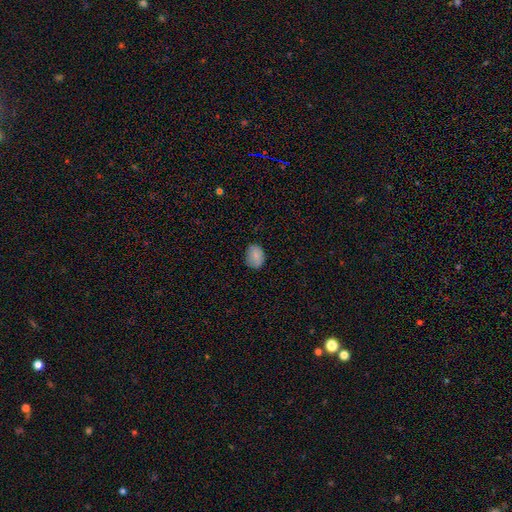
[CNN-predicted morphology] type=smooth (84%); roundness=in between (63%); merging=none (77%).